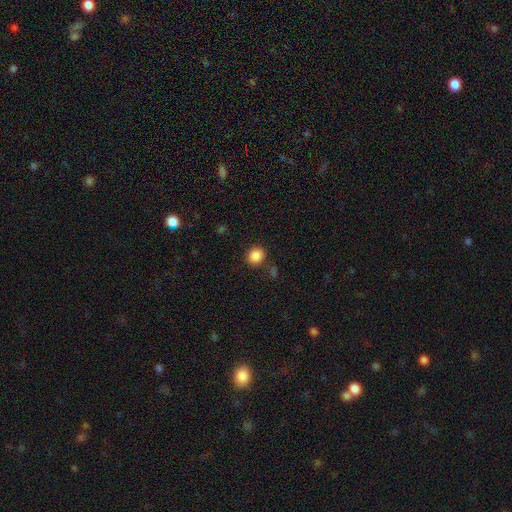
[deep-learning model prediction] This is clearly a smooth galaxy (87%). How rounded: likely round (75%). Merging: clearly none (84%).